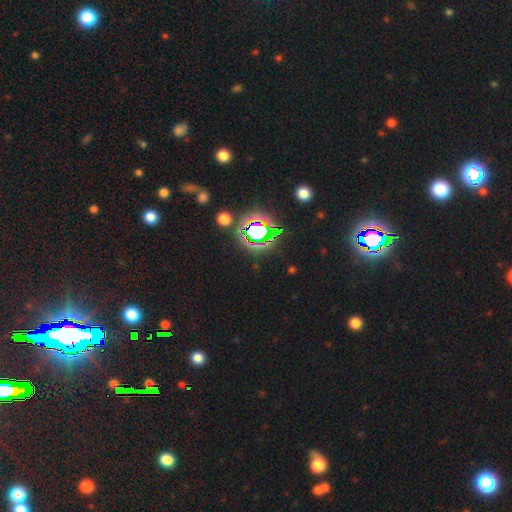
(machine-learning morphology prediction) This appears to be a star or artifact, not a galaxy (79%).